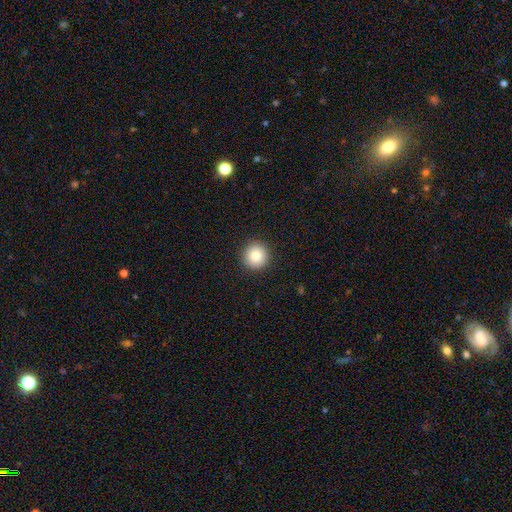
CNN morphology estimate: This is clearly a smooth galaxy (84%). How rounded: clearly round (95%). Merging: clearly none (92%).